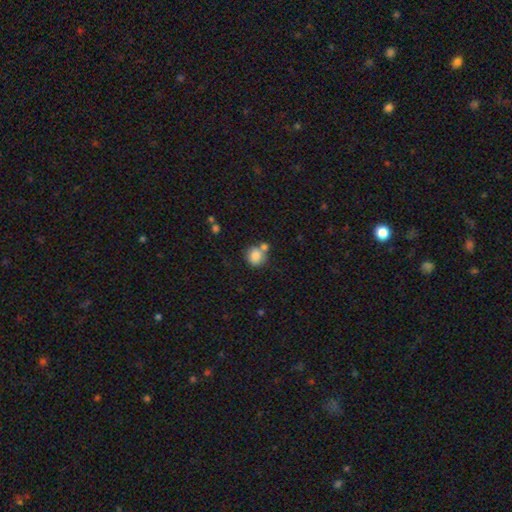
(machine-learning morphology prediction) smooth-or-featured: smooth: 84% | star or artifact: 9% | featured or disk: 7%
  how-rounded: round: 81% | in between: 18% | cigar-shaped: 1%
  merging: none: 54% | merger: 29% | minor disturbance: 13% | major disturbance: 5%